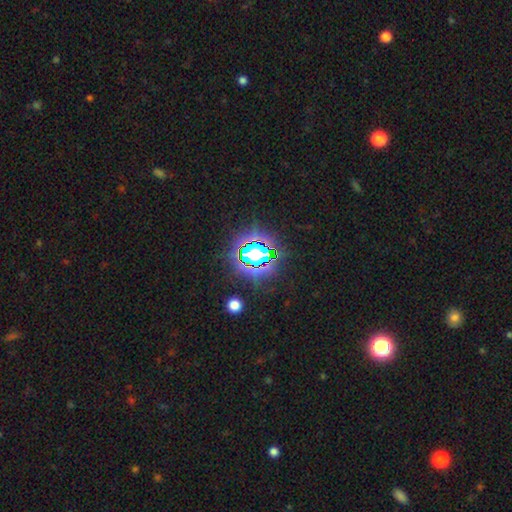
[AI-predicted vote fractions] Smooth or featured?
  - star or artifact: 81% *
  - smooth: 12%
  - featured or disk: 7%